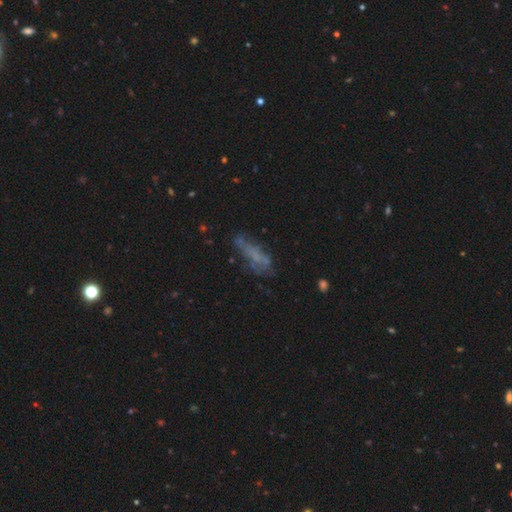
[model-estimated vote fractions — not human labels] Q: Smooth or featured?
A: smooth (43%); runner-up: featured or disk (41%)
Q: Merging?
A: none (45%); runner-up: minor disturbance (25%)